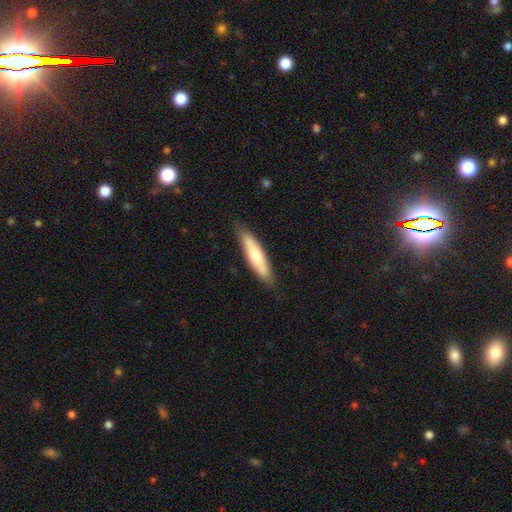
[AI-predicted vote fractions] Smooth or featured? Predicted: smooth (p=0.66). How rounded? Predicted: cigar-shaped (p=0.78). Merging? Predicted: none (p=0.84).